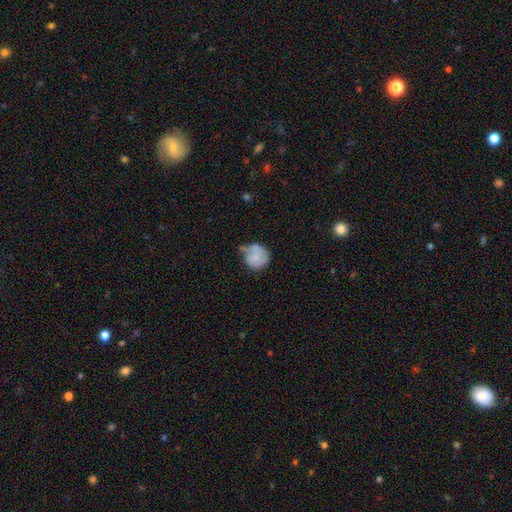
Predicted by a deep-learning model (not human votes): A smooth galaxy with no disk features (71%) that is round (83%). Merging: none (37%, tied with minor disturbance).